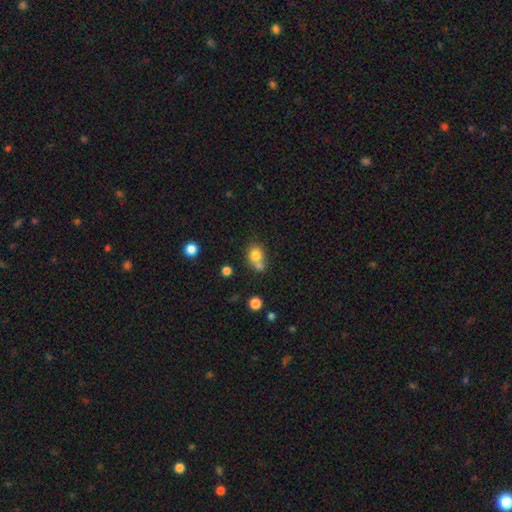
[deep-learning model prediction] smooth_or_featured: smooth (p=0.78) [alt: star or artifact p=0.12]
how_rounded: round (p=0.72) [alt: in between p=0.27]
merging: merger (p=0.43) [alt: none p=0.42]